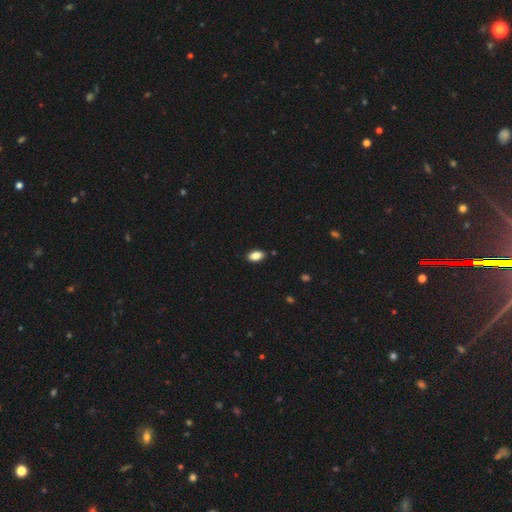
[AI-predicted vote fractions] smooth 87%, star or artifact 8%, featured or disk 5%. Down the decision tree: how rounded — in between (91%); merging — none (88%).